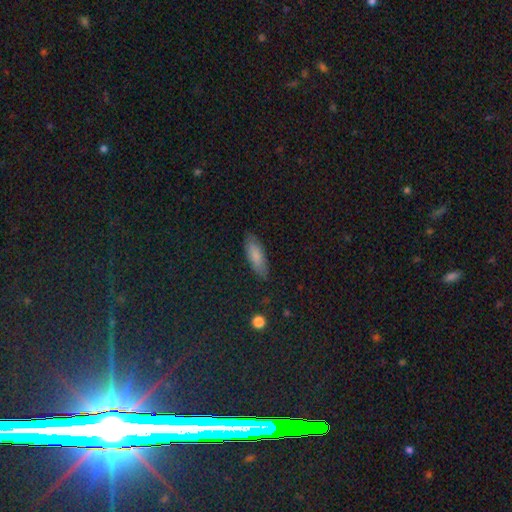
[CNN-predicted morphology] Overall: smooth (80%). How rounded: in between (63%; cigar-shaped 35%). Merging: none (82%).